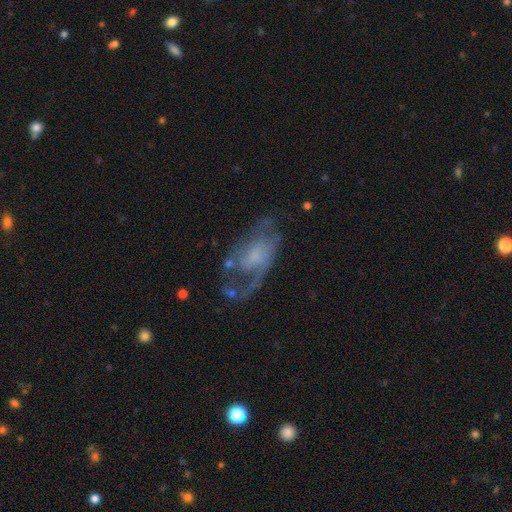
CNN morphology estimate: featured or disk 71%, smooth 21%, star or artifact 8%. Down the decision tree: edge-on disk — no (95%); bar — no (63%); spiral arms — yes (76%); spiral arm count — 1 (43%); spiral winding — loose (41%); bulge size — none (40%); merging — none (41%).